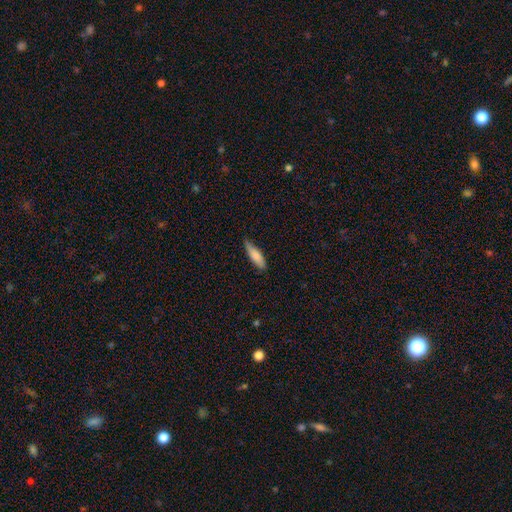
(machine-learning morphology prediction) This is clearly a smooth galaxy (80%). How rounded: possibly cigar-shaped (59%). Merging: likely none (70%).